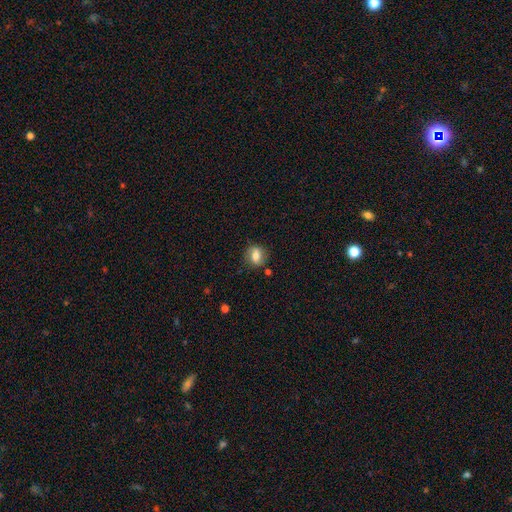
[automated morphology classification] Q: Smooth or featured?
A: smooth (68%); runner-up: featured or disk (23%)
Q: How rounded?
A: round (57%); runner-up: in between (41%)
Q: Merging?
A: none (76%); runner-up: minor disturbance (16%)